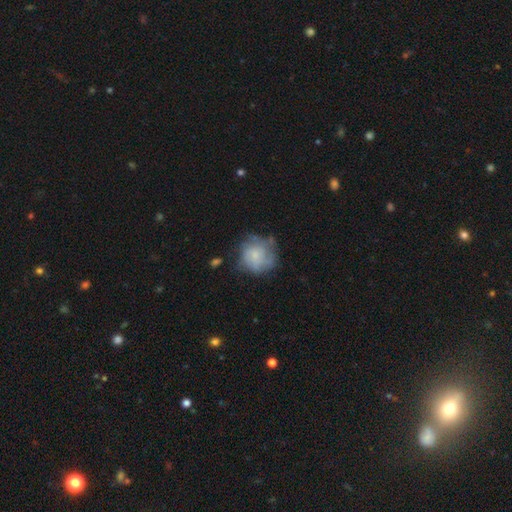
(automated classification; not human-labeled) smooth-or-featured: smooth: 51% | featured or disk: 41% | star or artifact: 8%
  how-rounded: round: 84% | in between: 15% | cigar-shaped: 1%
  merging: none: 56% | minor disturbance: 26% | major disturbance: 15% | merger: 3%